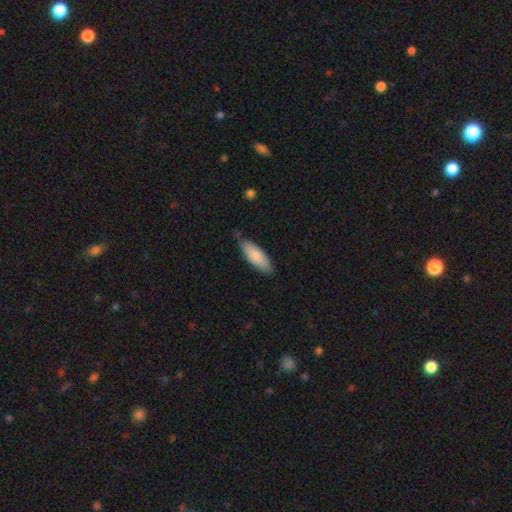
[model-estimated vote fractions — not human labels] A smooth galaxy with no disk features (86%) that is in between round and cigar-shaped (66%). Merging: none (77%).